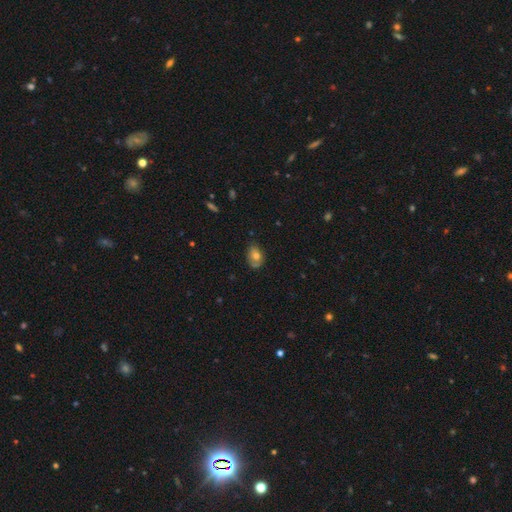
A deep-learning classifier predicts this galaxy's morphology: A smooth galaxy with no disk features (63%) that is in between round and cigar-shaped (75%).

Vote fractions:
- Smooth or featured? smooth: 63% / featured or disk: 27% / star or artifact: 10%
- How rounded? in between: 75% / round: 24% / cigar-shaped: 1%
- Merging? none: 57% / minor disturbance: 30% / major disturbance: 10% / merger: 3%